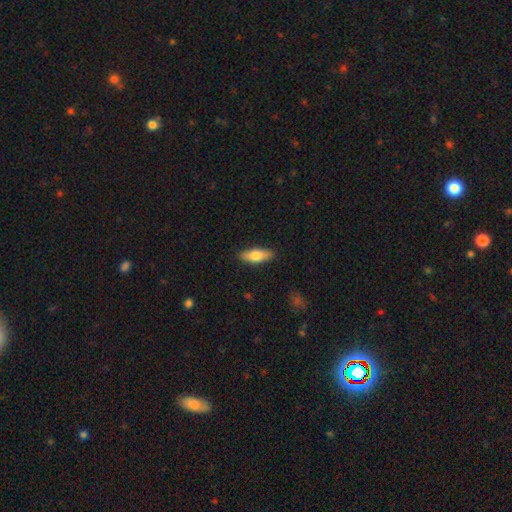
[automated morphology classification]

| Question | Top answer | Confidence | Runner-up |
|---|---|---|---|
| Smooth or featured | smooth | 71% | featured or disk (23%) |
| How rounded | in between | 65% | cigar-shaped (32%) |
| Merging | none | 89% | minor disturbance (8%) |